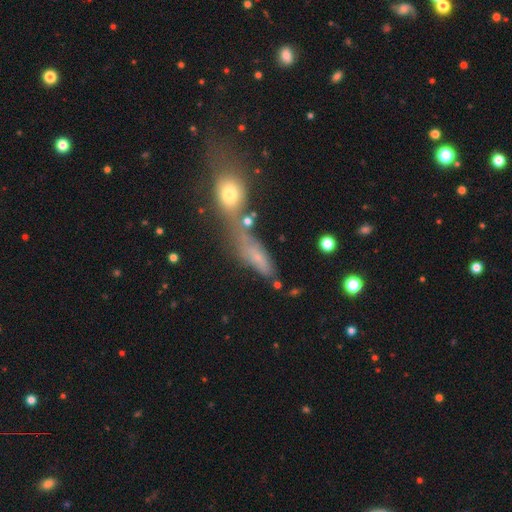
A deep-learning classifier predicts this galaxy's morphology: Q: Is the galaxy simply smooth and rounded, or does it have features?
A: smooth — 55%.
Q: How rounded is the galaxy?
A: in between — 49%.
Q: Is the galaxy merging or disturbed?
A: none — 45%.